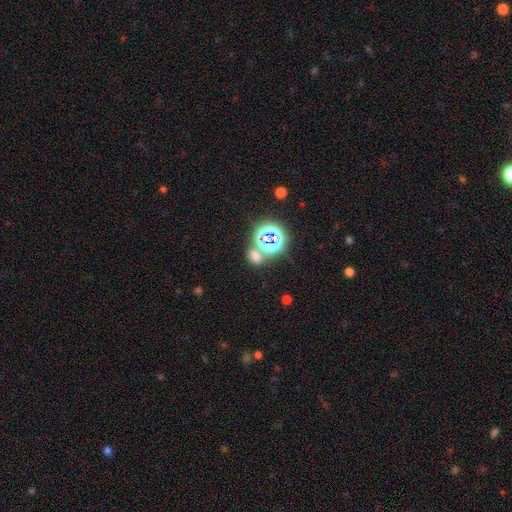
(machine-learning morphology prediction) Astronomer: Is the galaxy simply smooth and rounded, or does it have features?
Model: smooth — 48% (runner-up: star or artifact, 43%).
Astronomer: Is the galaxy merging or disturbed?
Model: none — 58%.